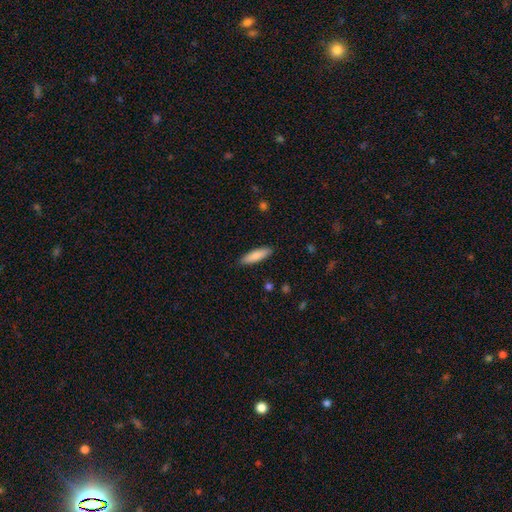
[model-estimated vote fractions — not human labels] This is clearly a smooth galaxy (83%). How rounded: likely cigar-shaped (64%). Merging: clearly none (88%).